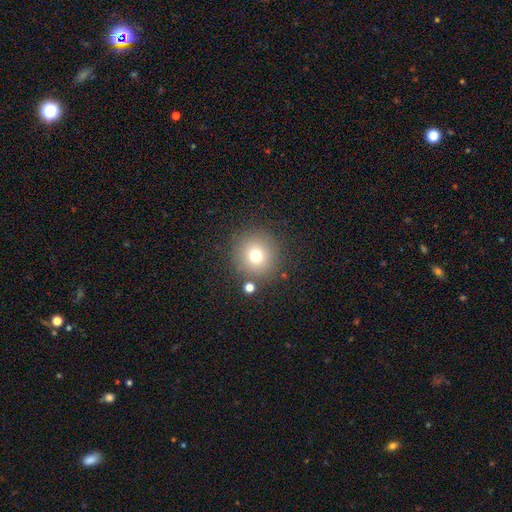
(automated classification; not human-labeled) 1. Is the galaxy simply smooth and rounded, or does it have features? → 74% smooth, 15% star or artifact, 11% featured or disk.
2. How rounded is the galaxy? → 95% round, 4% in between, 1% cigar-shaped.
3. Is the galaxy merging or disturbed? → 85% none, 7% minor disturbance, 4% merger, 3% major disturbance.